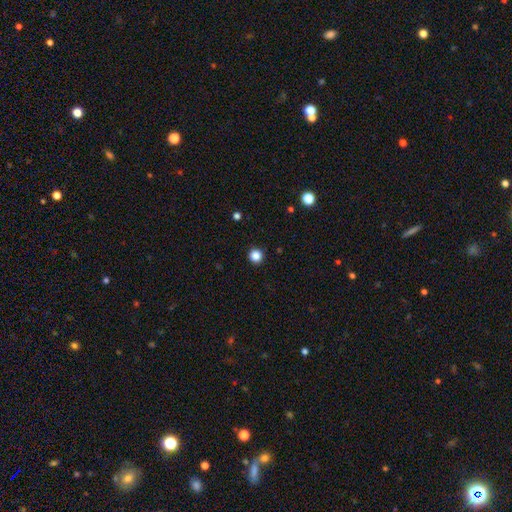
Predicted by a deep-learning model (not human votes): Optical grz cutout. It shows a smooth galaxy with no disk features (85%) that is round (95%). Merging: none (93%).